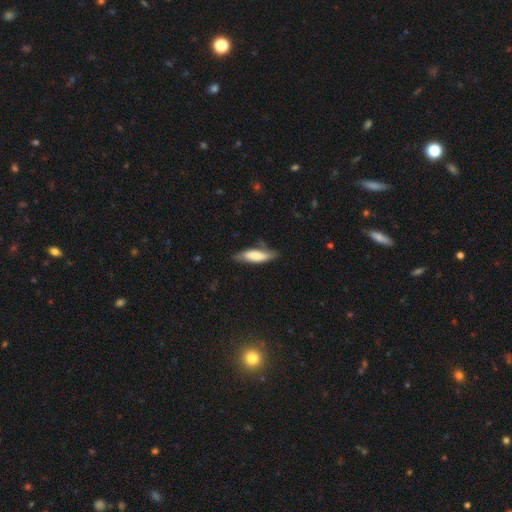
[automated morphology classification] type=smooth (68%); roundness=cigar-shaped (58%); merging=none (68%).